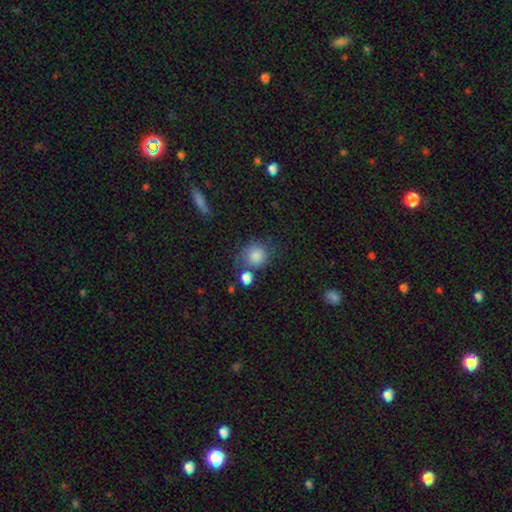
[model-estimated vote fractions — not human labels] This is clearly a smooth galaxy (83%). How rounded: clearly round (83%). Merging: possibly none (58%).